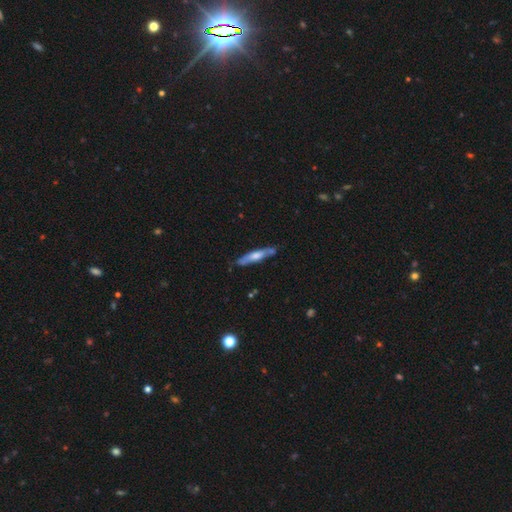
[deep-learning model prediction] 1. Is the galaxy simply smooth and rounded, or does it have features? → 49% smooth, 45% featured or disk, 5% star or artifact.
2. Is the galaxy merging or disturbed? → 74% none, 18% minor disturbance, 5% merger, 3% major disturbance.